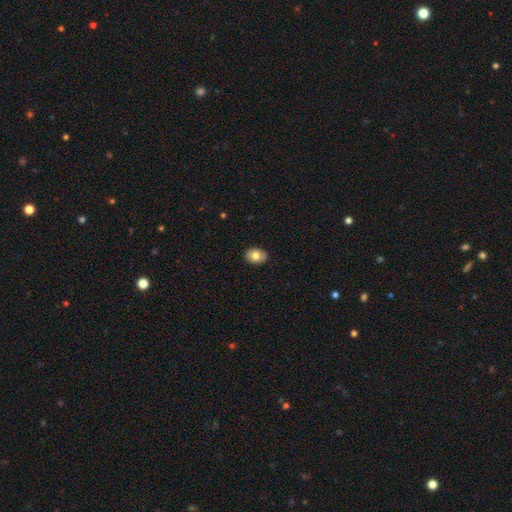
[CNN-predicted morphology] A smooth galaxy with no disk features (76%) that is in between round and cigar-shaped (69%). Merging: none (88%).